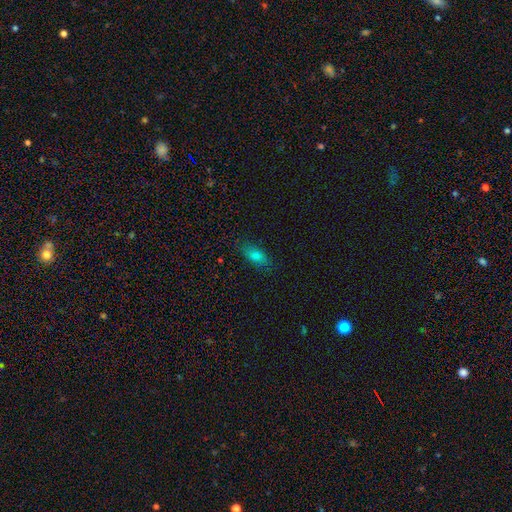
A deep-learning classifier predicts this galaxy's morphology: Smooth or featured?
  - smooth: 75% *
  - star or artifact: 13%
  - featured or disk: 12%
How rounded?
  - in between: 77% *
  - cigar-shaped: 18%
  - round: 5%
Merging?
  - none: 83% *
  - minor disturbance: 13%
  - major disturbance: 3%
  - merger: 1%